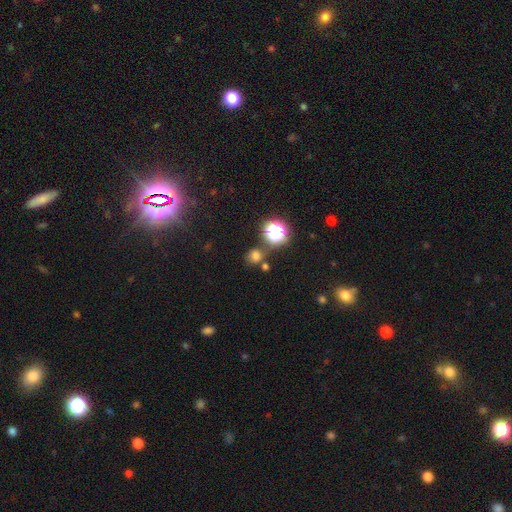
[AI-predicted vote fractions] smooth_or_featured: smooth (p=0.67) [alt: star or artifact p=0.27]
how_rounded: round (p=0.82) [alt: in between p=0.17]
merging: none (p=0.72) [alt: merger p=0.13]